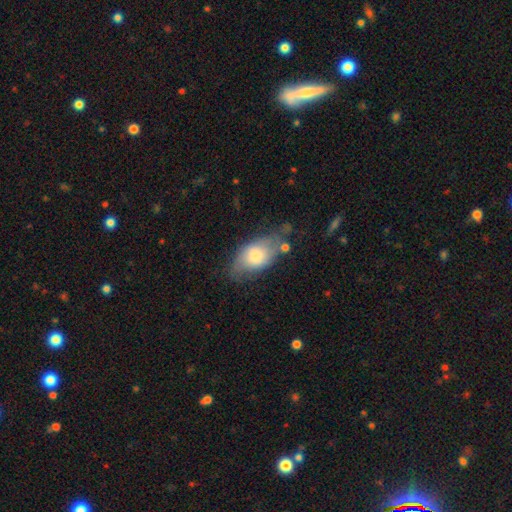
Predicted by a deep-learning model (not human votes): Smooth or featured?
  - smooth: 64% *
  - featured or disk: 29%
  - star or artifact: 7%
How rounded?
  - in between: 88% *
  - round: 9%
  - cigar-shaped: 3%
Merging?
  - none: 44% *
  - minor disturbance: 32%
  - major disturbance: 17%
  - merger: 7%